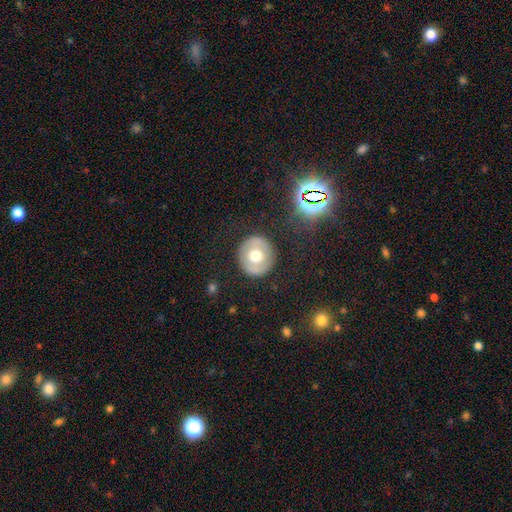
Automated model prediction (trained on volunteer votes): Smooth or featured? Predicted: smooth (p=0.55). How rounded? Predicted: round (p=0.92). Merging? Predicted: none (p=0.87).